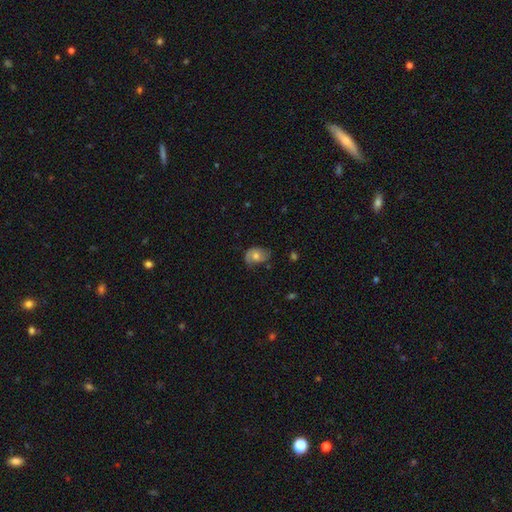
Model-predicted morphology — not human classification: The model was most divided on "smooth or featured": smooth: 53%, featured or disk: 39%, star or artifact: 8%. More confident: how rounded — in between (72%); merging — none (56%).